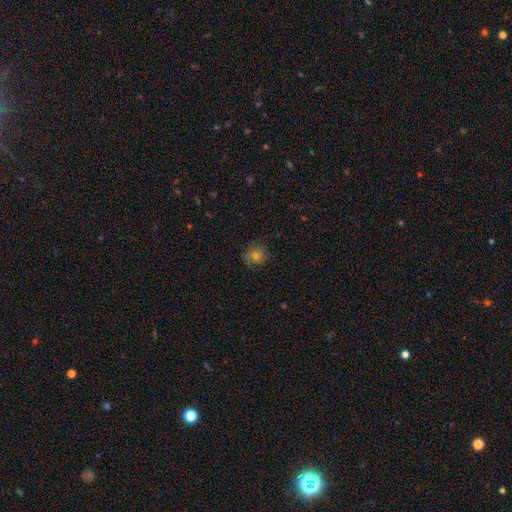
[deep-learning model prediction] The model was most divided on "smooth or featured": smooth: 63%, featured or disk: 22%, star or artifact: 16%. More confident: merging — none (80%); how rounded — round (79%).